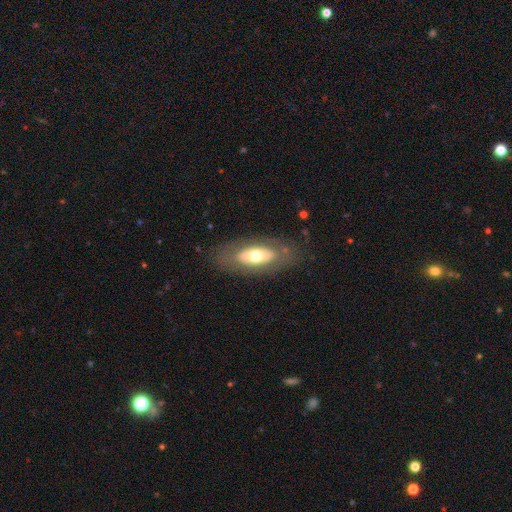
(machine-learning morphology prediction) This is possibly a smooth galaxy (50%). How rounded: clearly in between (87%). Merging: likely none (79%).